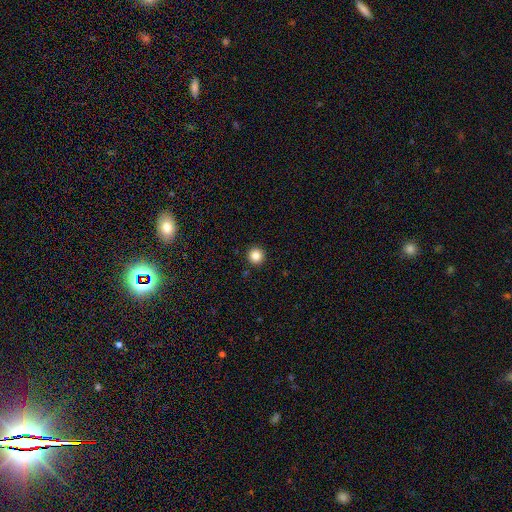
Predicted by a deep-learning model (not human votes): Smooth or featured? Predicted: smooth (p=0.85). How rounded? Predicted: round (p=0.96). Merging? Predicted: none (p=0.93).